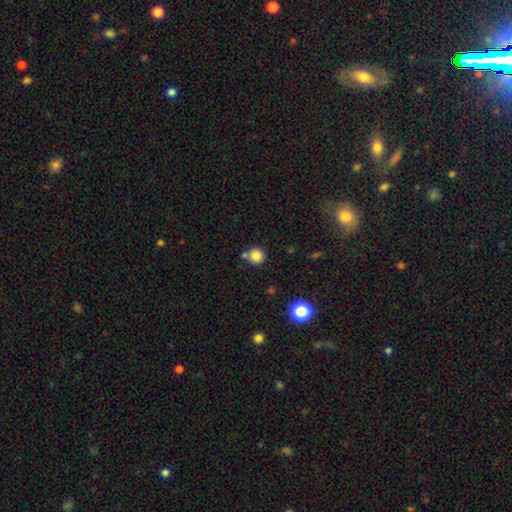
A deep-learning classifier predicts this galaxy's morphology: A smooth galaxy with no disk features (83%) that is round (93%). Merging: none (71%).